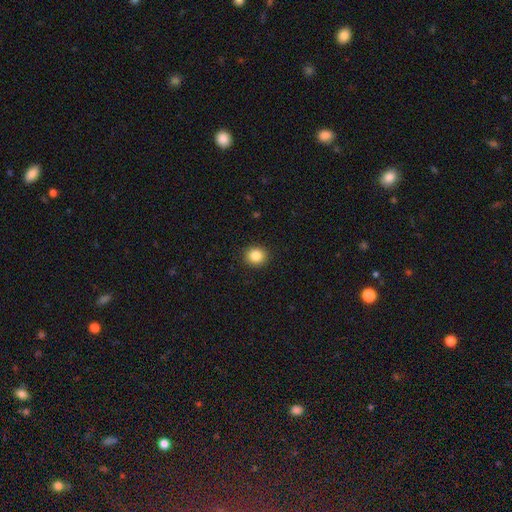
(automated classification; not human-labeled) Smooth or featured? Predicted: smooth (p=0.85). How rounded? Predicted: round (p=0.84). Merging? Predicted: none (p=0.92).